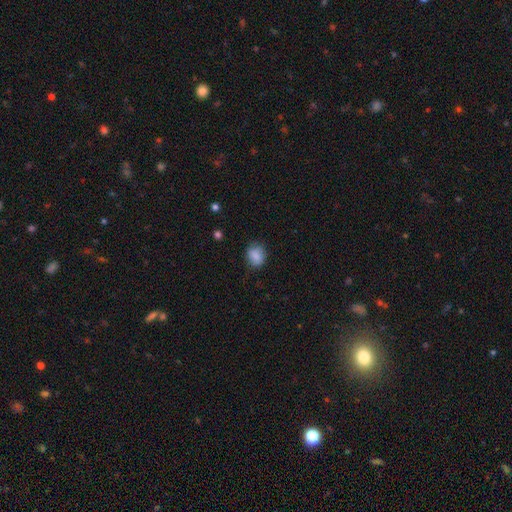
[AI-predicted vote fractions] Smooth or featured? smooth (85%)
How rounded? round (62%)
Merging? none (75%)